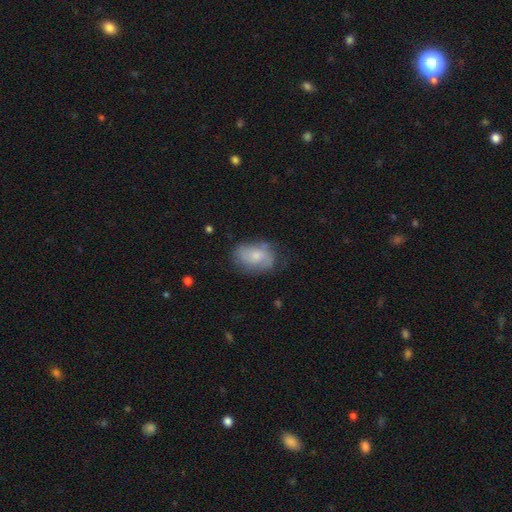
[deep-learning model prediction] smooth-or-featured: smooth: 65% | featured or disk: 28% | star or artifact: 8%
  how-rounded: in between: 82% | round: 17% | cigar-shaped: 1%
  merging: none: 57% | minor disturbance: 29% | major disturbance: 12% | merger: 2%